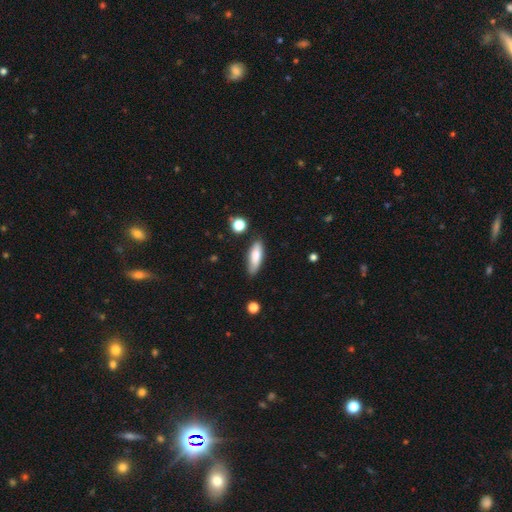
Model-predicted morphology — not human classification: smooth 79%, featured or disk 14%, star or artifact 7%. Down the decision tree: how rounded — in between (52%); merging — none (80%).